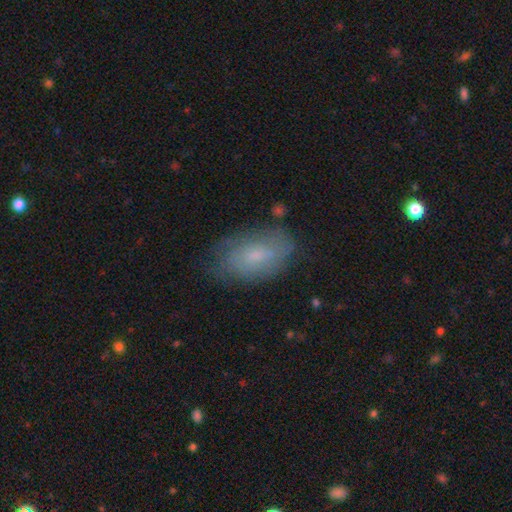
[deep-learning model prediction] A smooth galaxy with no disk features (56%) that is in between round and cigar-shaped (92%). Merging: none (68%).